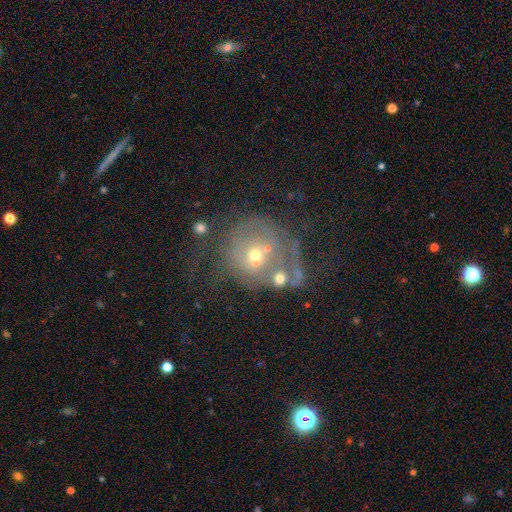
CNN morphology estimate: smooth_or_featured: featured or disk (p=0.53) [alt: smooth p=0.31]
disk_edge_on: no (p=0.97) [alt: yes p=0.03]
bar: no (p=0.85) [alt: weak p=0.11]
has_spiral_arms: no (p=0.73) [alt: yes p=0.27]
bulge_size: small (p=0.44) [tied with: moderate p=0.44]
merging: merger (p=0.36) [alt: none p=0.27]